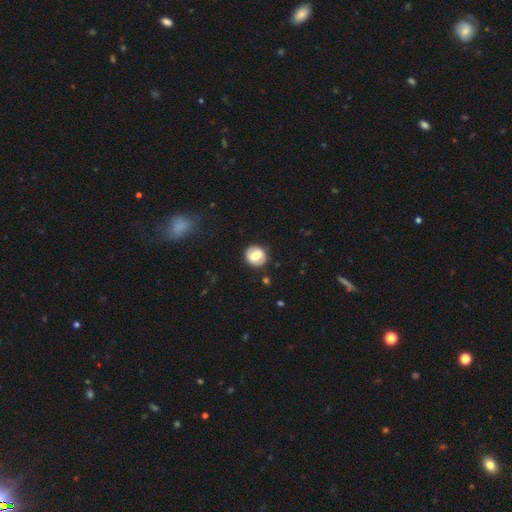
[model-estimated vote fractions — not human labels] A smooth galaxy with no disk features (55%) that is round (75%).

Vote fractions:
- Smooth or featured? smooth: 55% / featured or disk: 37% / star or artifact: 8%
- How rounded? round: 75% / in between: 23% / cigar-shaped: 1%
- Merging? none: 83% / minor disturbance: 12% / major disturbance: 4% / merger: 2%